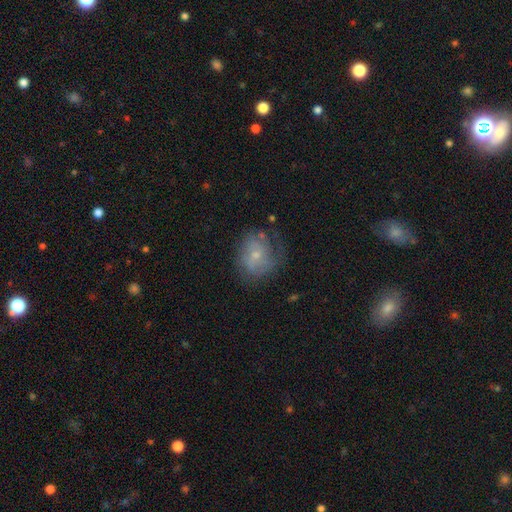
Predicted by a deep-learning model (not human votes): featured or disk 49%, smooth 41%, star or artifact 9%. Down the decision tree: merging — none (49%).